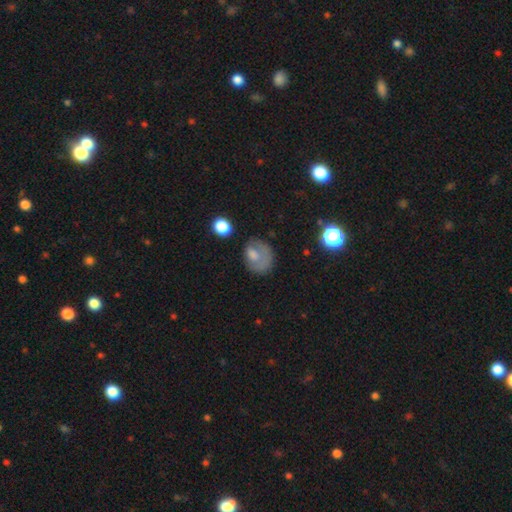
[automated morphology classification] Smooth or featured: smooth — 60% (featured or disk — 29%)
How rounded: in between — 50% (round — 49%)
Merging: none — 40% (major disturbance — 30%)